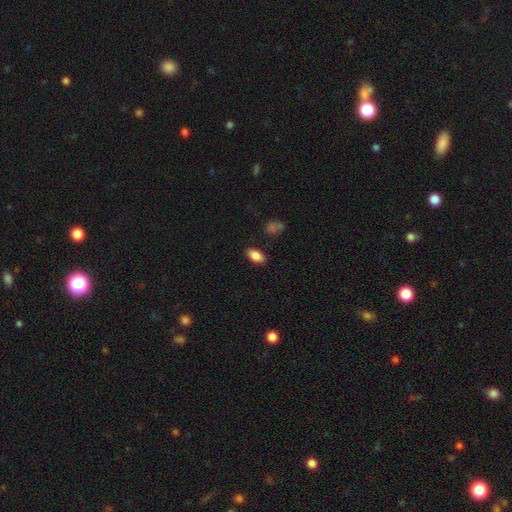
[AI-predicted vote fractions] Overall: smooth (86%). How rounded: in between (91%). Merging: none (86%).